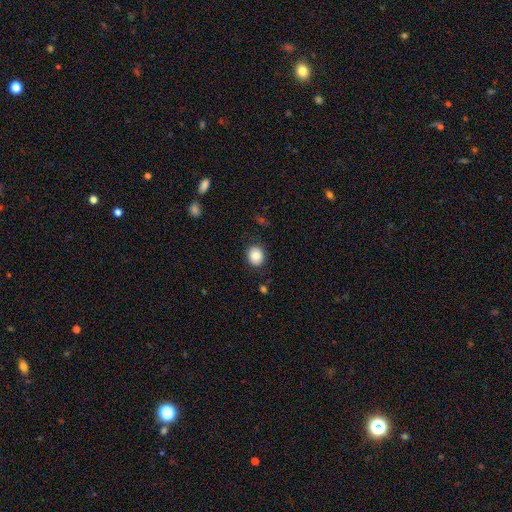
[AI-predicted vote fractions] Smooth or featured?
  - smooth: 86% *
  - star or artifact: 8%
  - featured or disk: 5%
How rounded?
  - round: 69% *
  - in between: 30%
  - cigar-shaped: 1%
Merging?
  - none: 86% *
  - minor disturbance: 10%
  - major disturbance: 3%
  - merger: 1%